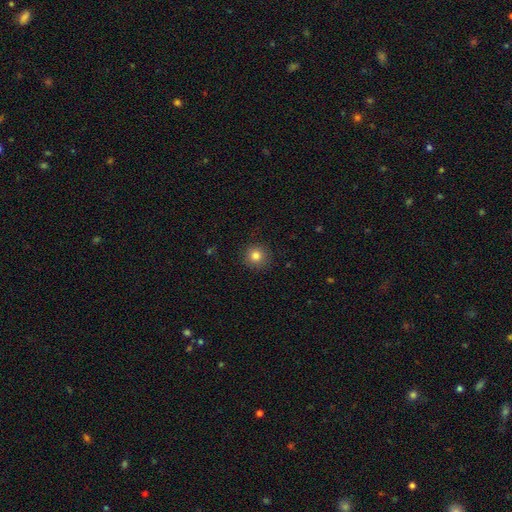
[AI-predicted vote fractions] Q: Smooth or featured?
A: smooth (83%); runner-up: star or artifact (11%)
Q: How rounded?
A: round (94%); runner-up: in between (5%)
Q: Merging?
A: none (90%); runner-up: minor disturbance (6%)